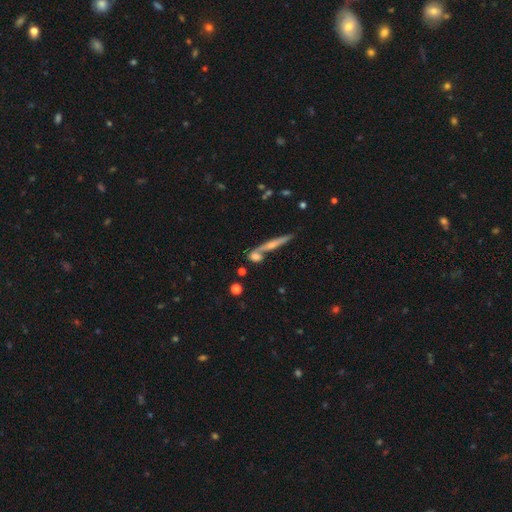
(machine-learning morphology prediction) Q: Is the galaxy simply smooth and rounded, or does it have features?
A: featured or disk — 51%.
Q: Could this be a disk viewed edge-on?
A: yes — 82%.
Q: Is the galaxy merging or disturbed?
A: none — 62%.